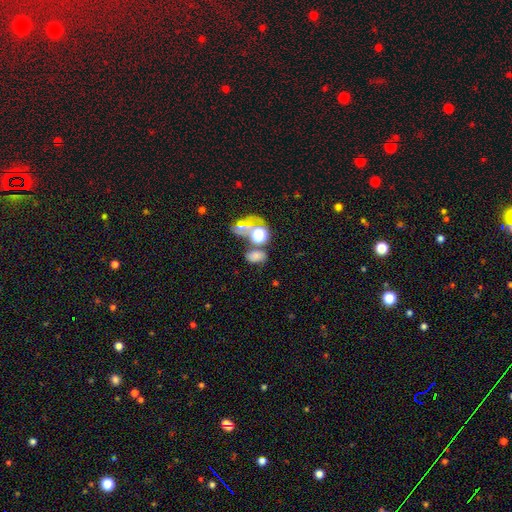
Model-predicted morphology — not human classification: Smooth or featured: smooth — 62% (star or artifact — 22%)
How rounded: in between — 73% (round — 26%)
Merging: none — 45% (merger — 26%)